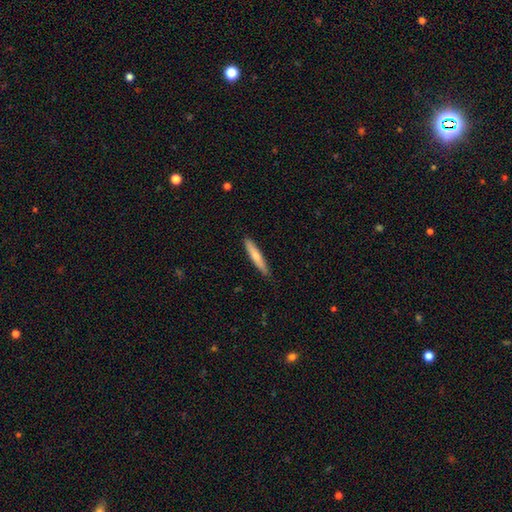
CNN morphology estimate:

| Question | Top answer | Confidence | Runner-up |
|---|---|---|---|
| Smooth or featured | smooth | 69% | featured or disk (26%) |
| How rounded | cigar-shaped | 92% | in between (7%) |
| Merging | none | 87% | minor disturbance (10%) |